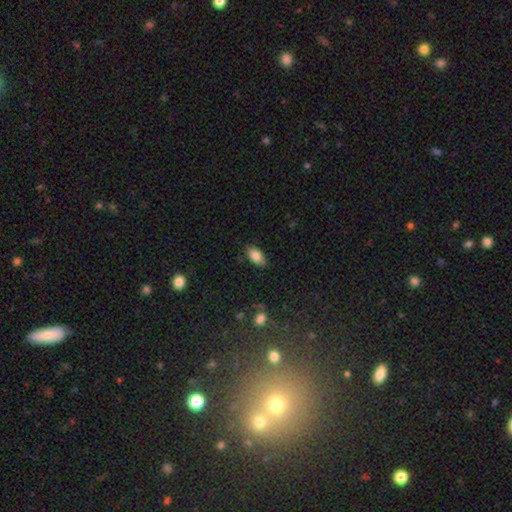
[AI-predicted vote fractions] This appears to be a smooth galaxy with no disk features (83%) that is in between round and cigar-shaped (92%). Merging: none (85%).